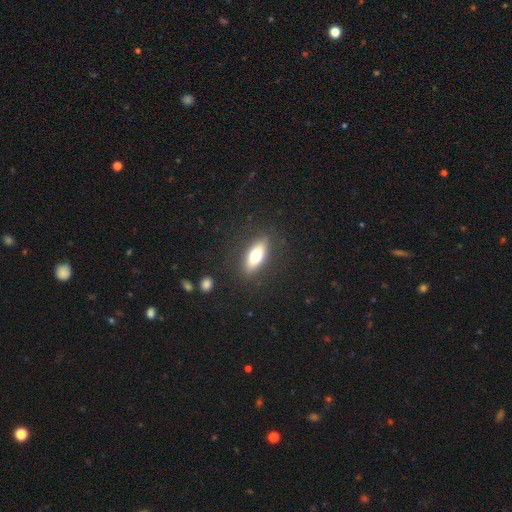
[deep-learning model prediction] Morphology: type=smooth (67%); roundness=in between (66%); merging=none (85%).